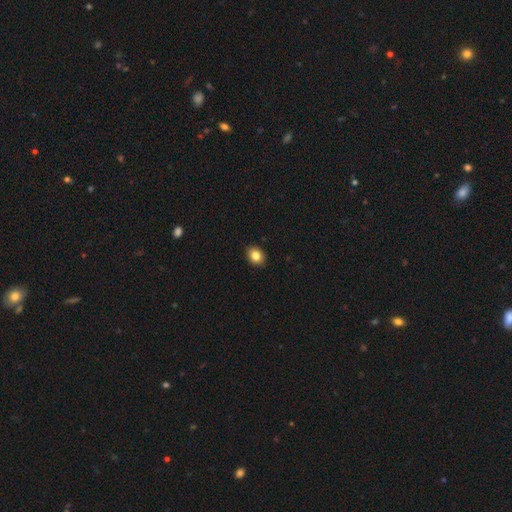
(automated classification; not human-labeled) smooth 84%, star or artifact 9%, featured or disk 7%. Down the decision tree: how rounded — in between (61%); merging — none (91%).